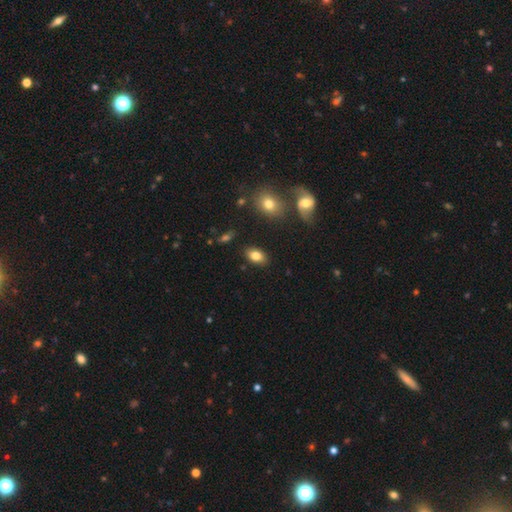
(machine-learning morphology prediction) Q: Smooth or featured?
A: smooth (82%); runner-up: featured or disk (10%)
Q: How rounded?
A: in between (88%); runner-up: round (10%)
Q: Merging?
A: none (86%); runner-up: minor disturbance (9%)